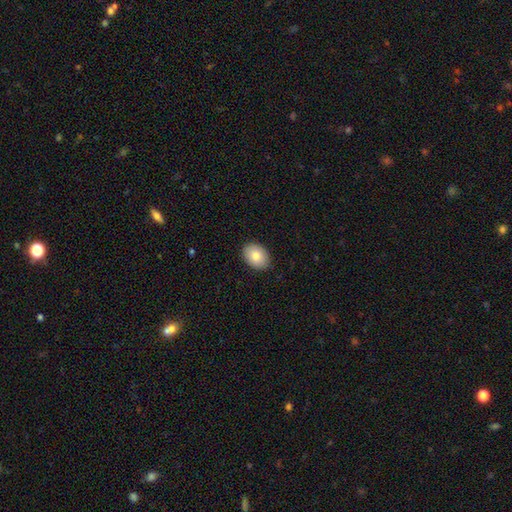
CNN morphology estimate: This appears to be a smooth galaxy with no disk features (82%) that is in between round and cigar-shaped (76%). Merging: none (87%).